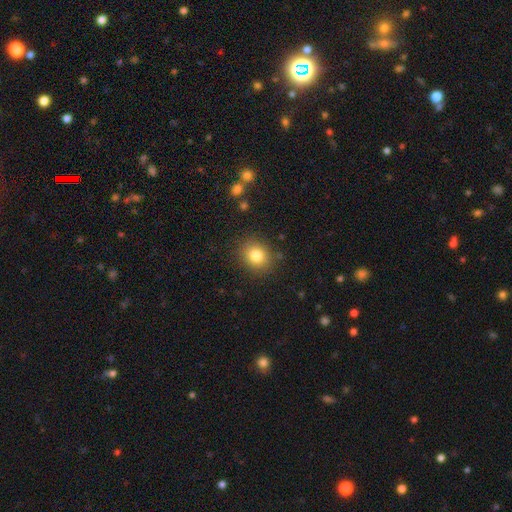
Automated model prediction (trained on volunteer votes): The model was most divided on "how rounded": round: 70%, in between: 30%, cigar-shaped: 1%. More confident: merging — none (85%); smooth or featured — smooth (81%).